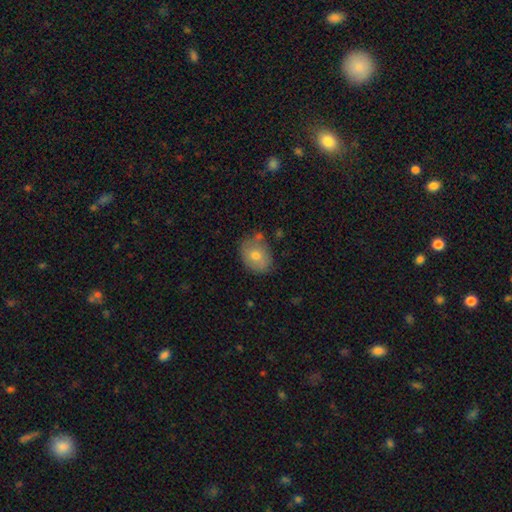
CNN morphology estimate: A smooth galaxy with no disk features (72%) that is in between round and cigar-shaped (62%). Merging: none (69%).